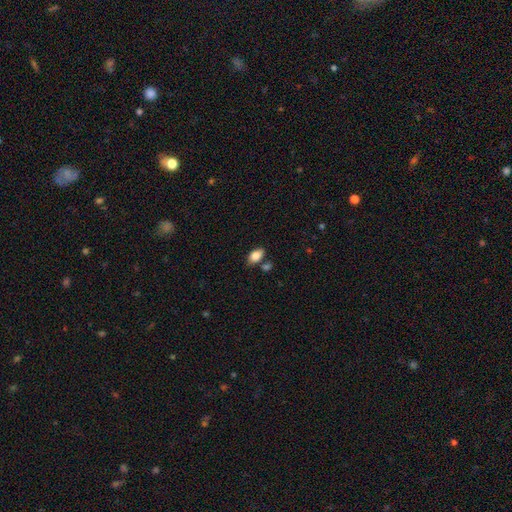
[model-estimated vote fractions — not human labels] Smooth or featured? smooth (86%)
How rounded? in between (90%)
Merging? none (68%)